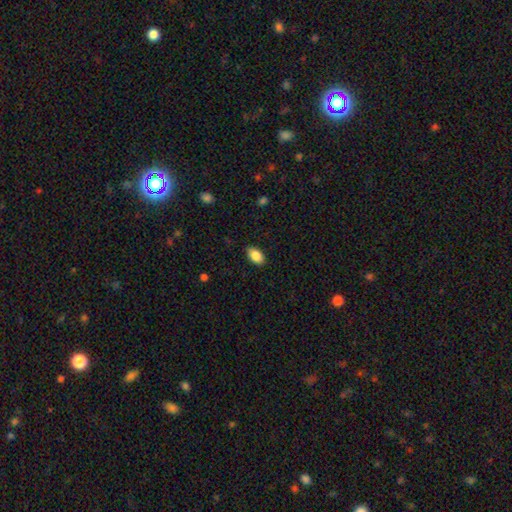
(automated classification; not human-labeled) Smooth or featured? smooth (87%)
How rounded? in between (93%)
Merging? none (87%)